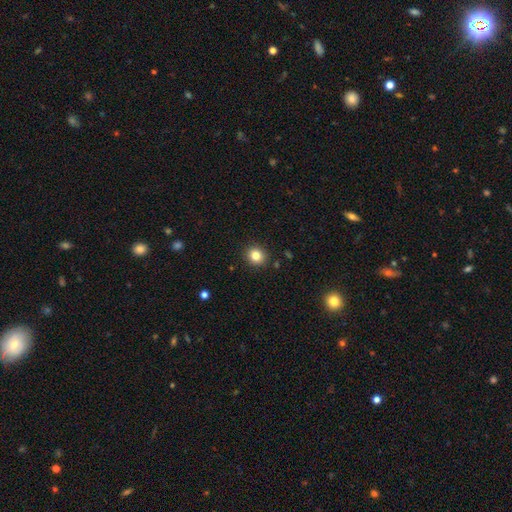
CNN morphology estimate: type=smooth (83%); roundness=round (87%); merging=none (91%).